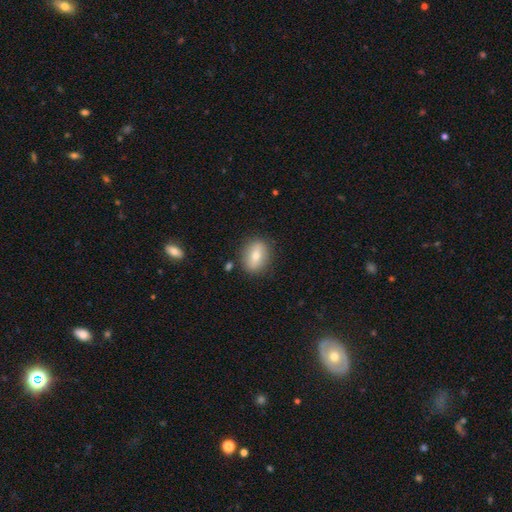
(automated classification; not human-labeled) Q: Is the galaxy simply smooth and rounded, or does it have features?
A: smooth — 66%.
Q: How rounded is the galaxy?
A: in between — 64%.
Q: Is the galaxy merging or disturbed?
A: none — 86%.